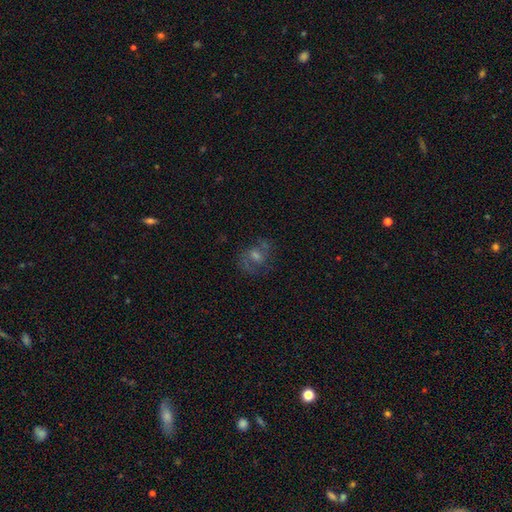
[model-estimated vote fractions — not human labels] The model was most divided on "bar": weak: 47%, no: 42%, strong: 11%. Remaining: edge-on disk — no (97%); spiral arms — yes (85%); spiral arm count — 2 (77%); merging — none (66%); smooth or featured — featured or disk (63%); spiral winding — medium (52%); bulge size — moderate (48%).